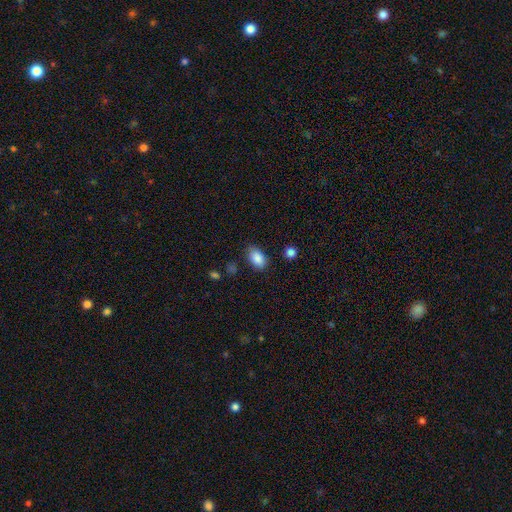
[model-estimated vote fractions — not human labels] smooth-or-featured: smooth: 88% | star or artifact: 8% | featured or disk: 5%
  how-rounded: in between: 89% | round: 9% | cigar-shaped: 2%
  merging: none: 77% | minor disturbance: 17% | major disturbance: 4% | merger: 2%